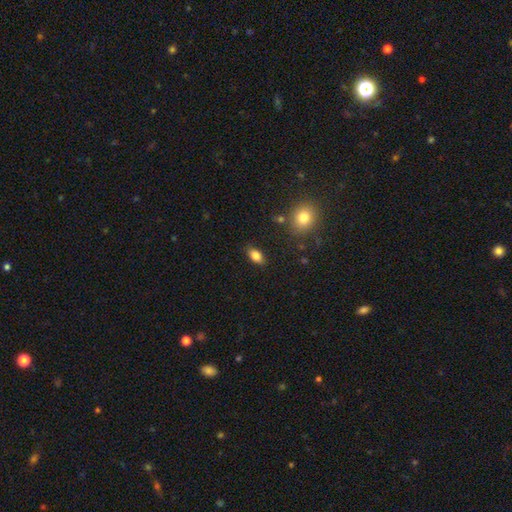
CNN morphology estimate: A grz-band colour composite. It shows a smooth galaxy with no disk features (84%) that is in between round and cigar-shaped (88%). Merging: none (84%).